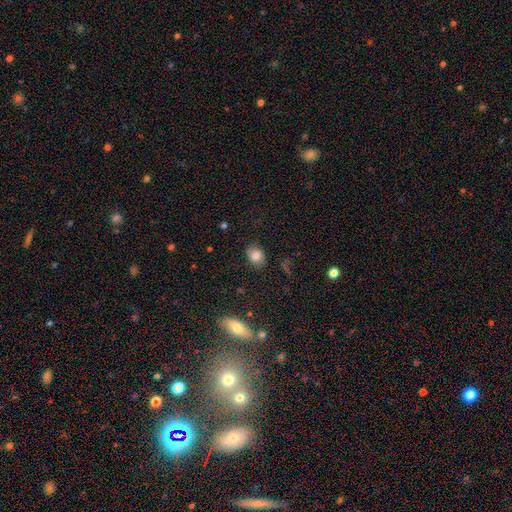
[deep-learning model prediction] Smooth or featured? Predicted: smooth (p=0.79). How rounded? Predicted: in between (p=0.59). Merging? Predicted: none (p=0.82).